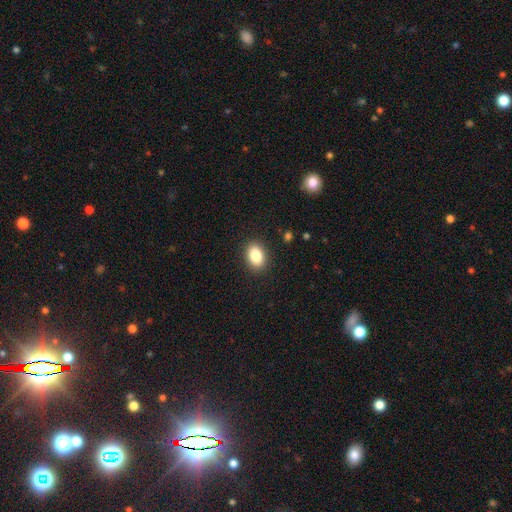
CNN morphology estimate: A smooth galaxy with no disk features (85%) that is in between round and cigar-shaped (79%). Merging: none (89%).